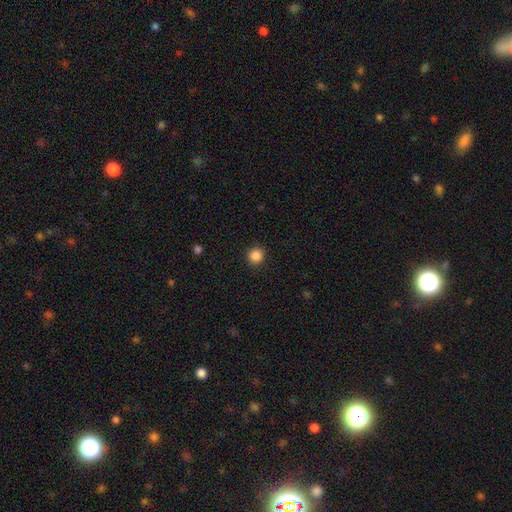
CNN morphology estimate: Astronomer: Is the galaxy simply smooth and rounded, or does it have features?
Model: smooth — 87%.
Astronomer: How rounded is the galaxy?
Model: round — 94%.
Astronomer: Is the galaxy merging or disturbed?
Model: none — 92%.